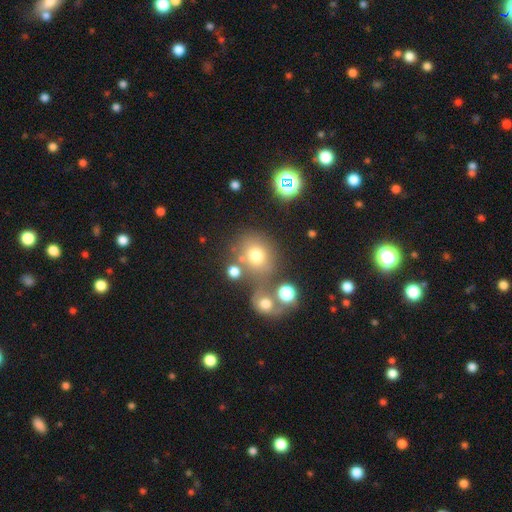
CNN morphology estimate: Smooth or featured? smooth (71%)
How rounded? round (78%)
Merging? none (53%)